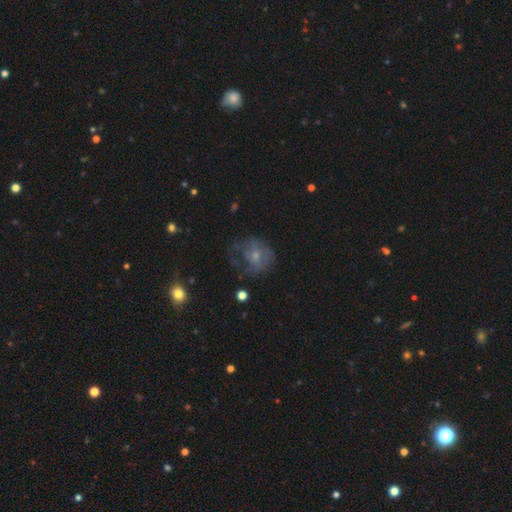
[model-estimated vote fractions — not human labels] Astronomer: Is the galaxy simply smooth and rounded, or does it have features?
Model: smooth — 45% (runner-up: featured or disk, 43%).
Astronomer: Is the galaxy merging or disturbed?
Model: none — 39% (runner-up: major disturbance, 35%).